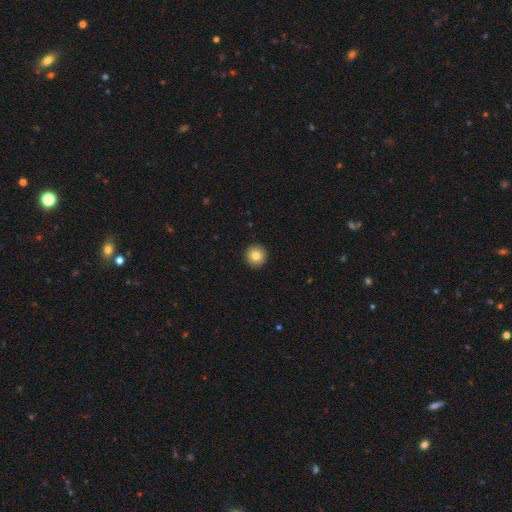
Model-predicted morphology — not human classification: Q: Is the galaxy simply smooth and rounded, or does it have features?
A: smooth — 81%.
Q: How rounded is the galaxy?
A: round — 96%.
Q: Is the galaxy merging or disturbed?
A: none — 94%.